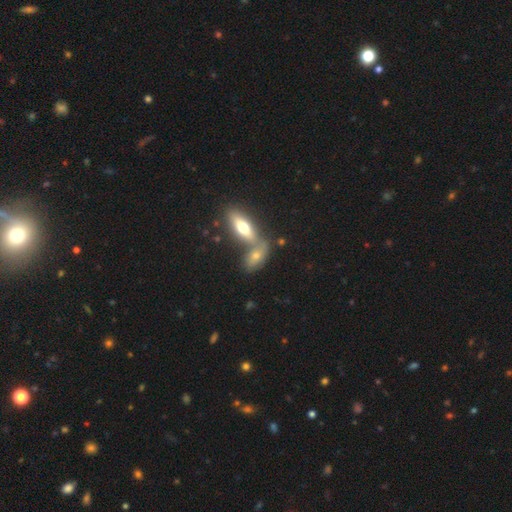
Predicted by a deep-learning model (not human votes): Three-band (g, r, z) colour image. It shows a smooth galaxy with no disk features (62%) that is in between round and cigar-shaped (73%). Merging: merger (45%).